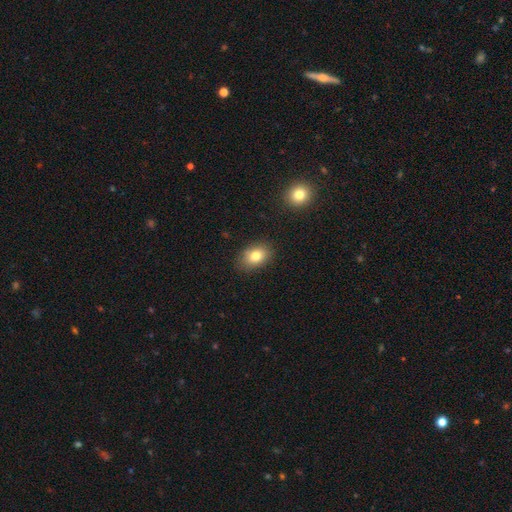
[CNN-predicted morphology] Smooth or featured? smooth (80%)
How rounded? in between (76%)
Merging? none (84%)